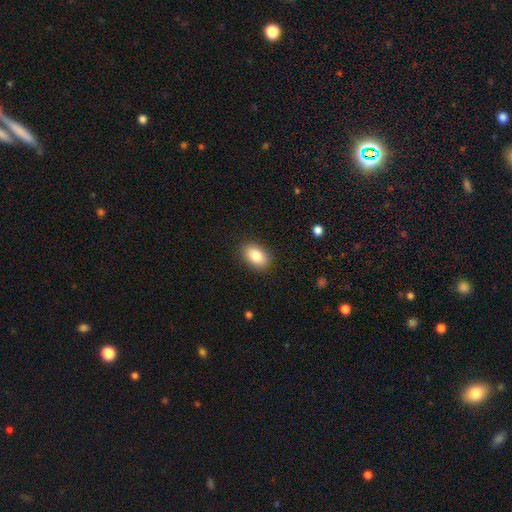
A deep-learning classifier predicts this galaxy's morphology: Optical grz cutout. It shows a smooth galaxy with no disk features (84%) that is in between round and cigar-shaped (87%). Merging: none (88%).